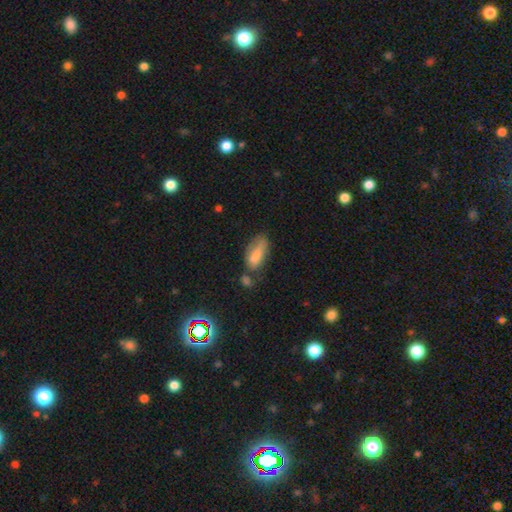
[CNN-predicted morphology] Q: Smooth or featured?
A: smooth (71%); runner-up: featured or disk (17%)
Q: How rounded?
A: in between (78%); runner-up: cigar-shaped (19%)
Q: Merging?
A: none (42%); runner-up: minor disturbance (30%)